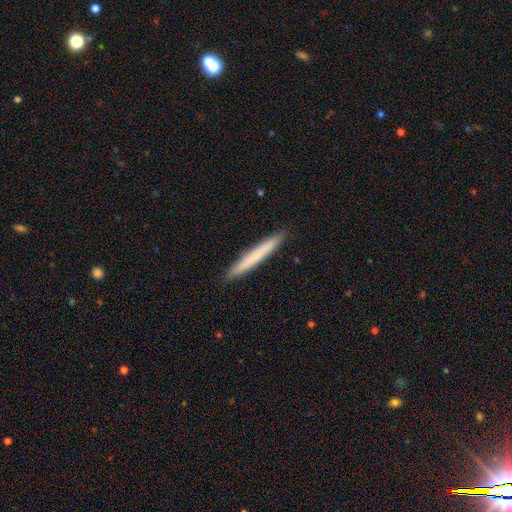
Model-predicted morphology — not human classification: A smooth galaxy with no disk features (69%) that is cigar-shaped (97%). Merging: none (91%).